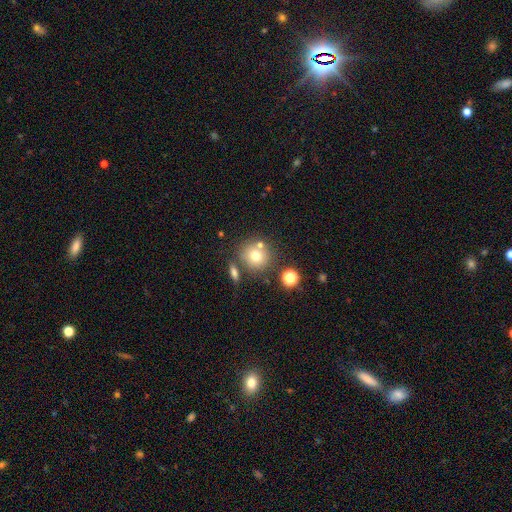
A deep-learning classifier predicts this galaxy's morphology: Smooth or featured? Predicted: smooth (p=0.72). How rounded? Predicted: round (p=0.90). Merging? Predicted: none (p=0.70).